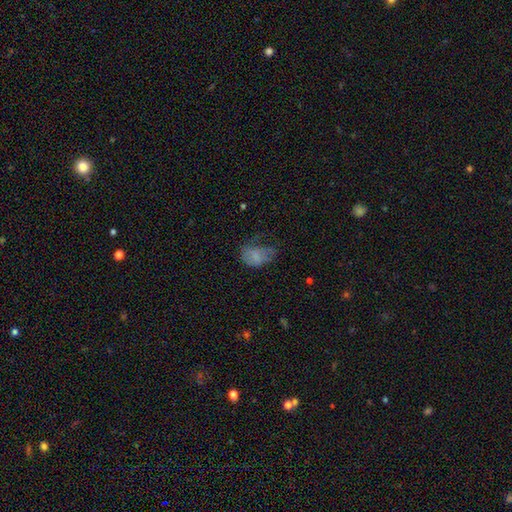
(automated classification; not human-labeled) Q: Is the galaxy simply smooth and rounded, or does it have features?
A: smooth — 67%.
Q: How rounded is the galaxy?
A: in between — 83%.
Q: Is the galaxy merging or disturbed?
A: major disturbance — 36%.